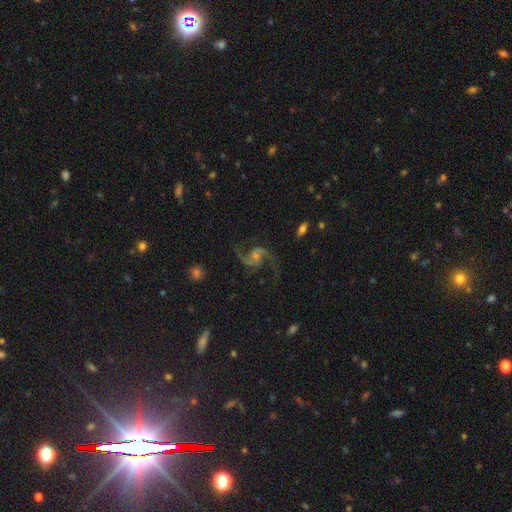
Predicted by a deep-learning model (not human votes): smooth_or_featured: featured or disk (p=0.90) [alt: star or artifact p=0.06]
disk_edge_on: no (p=0.98) [alt: yes p=0.02]
bar: no (p=0.50) [alt: weak p=0.38]
has_spiral_arms: yes (p=0.98) [alt: no p=0.02]
spiral_winding: loose (p=0.62) [alt: medium p=0.33]
spiral_arm_count: 2 (p=0.94) [alt: can't tell p=0.02]
bulge_size: small (p=0.53) [alt: moderate p=0.30]
merging: none (p=0.77) [alt: minor disturbance p=0.13]